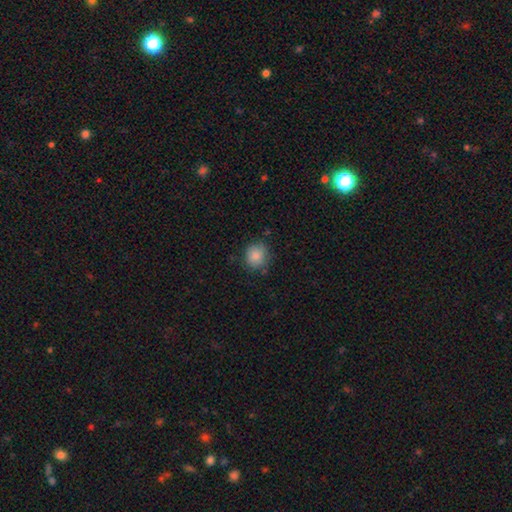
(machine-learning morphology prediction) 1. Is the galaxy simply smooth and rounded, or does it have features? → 86% smooth, 9% star or artifact, 5% featured or disk.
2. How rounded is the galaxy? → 82% round, 17% in between, 1% cigar-shaped.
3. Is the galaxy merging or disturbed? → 79% none, 15% minor disturbance, 3% major disturbance, 2% merger.